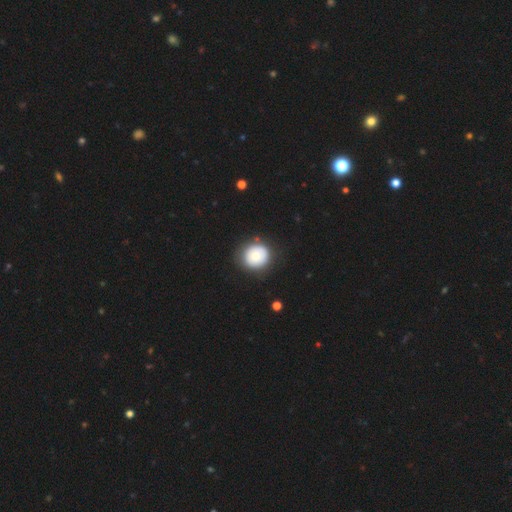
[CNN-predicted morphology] Smooth or featured?
  - smooth: 72% *
  - featured or disk: 20%
  - star or artifact: 8%
How rounded?
  - round: 88% *
  - in between: 11%
  - cigar-shaped: 1%
Merging?
  - none: 81% *
  - minor disturbance: 13%
  - major disturbance: 4%
  - merger: 2%